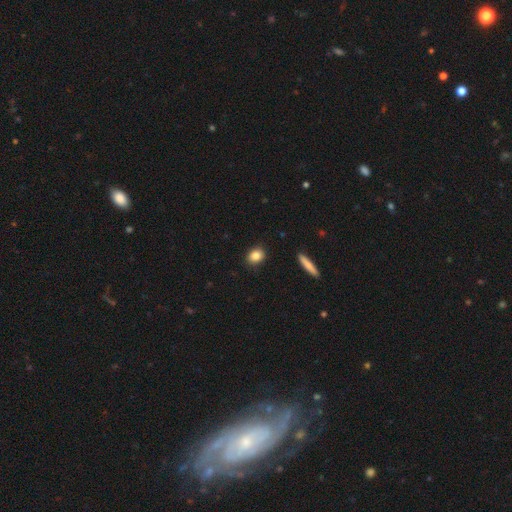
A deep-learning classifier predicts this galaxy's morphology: Overall: smooth (85%). How rounded: in between (55%; round 42%). Merging: none (89%).